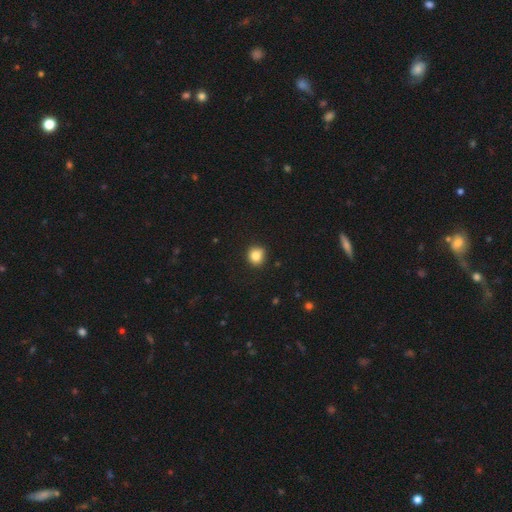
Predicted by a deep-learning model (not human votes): Morphology: type=smooth (84%); roundness=round (84%); merging=none (85%).